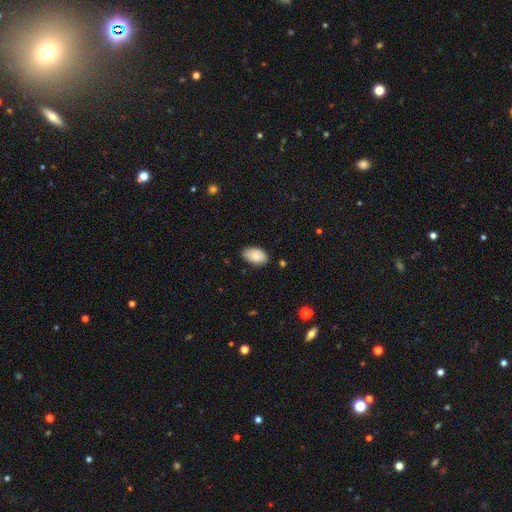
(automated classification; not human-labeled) Smooth or featured: smooth — 87% (featured or disk — 7%)
How rounded: in between — 93% (round — 6%)
Merging: none — 81% (minor disturbance — 15%)